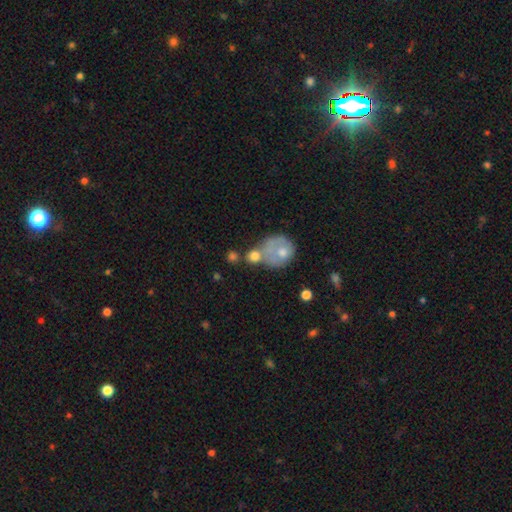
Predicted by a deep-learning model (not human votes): Smooth or featured? Predicted: smooth (p=0.54). How rounded? Predicted: round (p=0.75). Merging? Predicted: none (p=0.37).